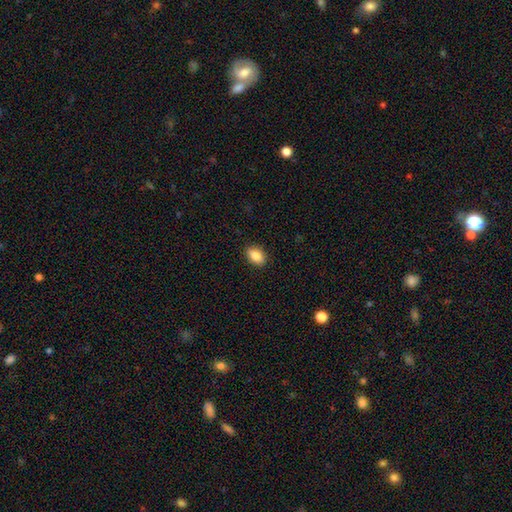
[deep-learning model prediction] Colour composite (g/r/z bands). It shows a smooth galaxy with no disk features (87%) that is in between round and cigar-shaped (85%). Merging: none (89%).